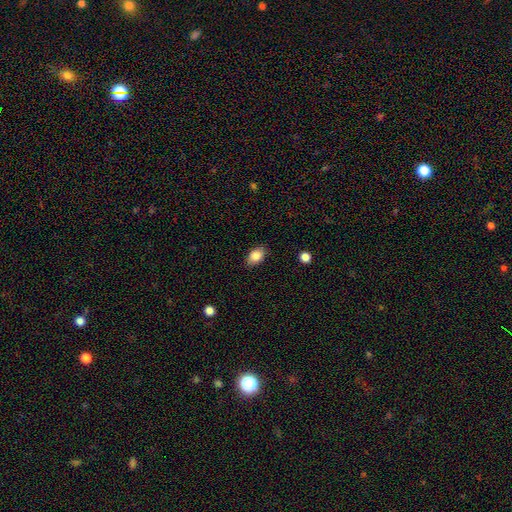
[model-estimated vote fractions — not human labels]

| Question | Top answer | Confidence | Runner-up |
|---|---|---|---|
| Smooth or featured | smooth | 86% | star or artifact (8%) |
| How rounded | in between | 84% | round (14%) |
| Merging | none | 84% | minor disturbance (13%) |